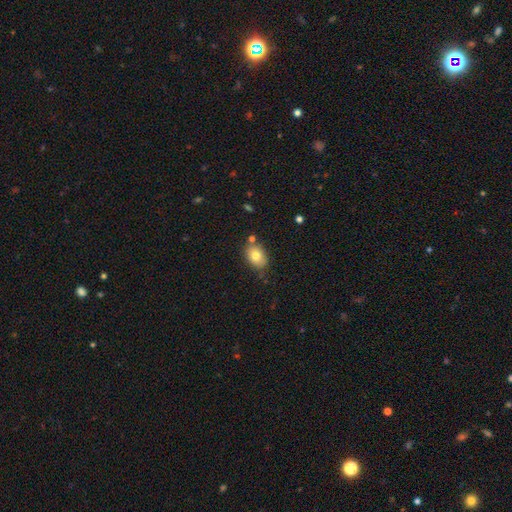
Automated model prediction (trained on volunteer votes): smooth-or-featured: smooth: 79% | featured or disk: 12% | star or artifact: 9%
  how-rounded: in between: 76% | round: 23% | cigar-shaped: 1%
  merging: none: 75% | minor disturbance: 15% | merger: 7% | major disturbance: 3%